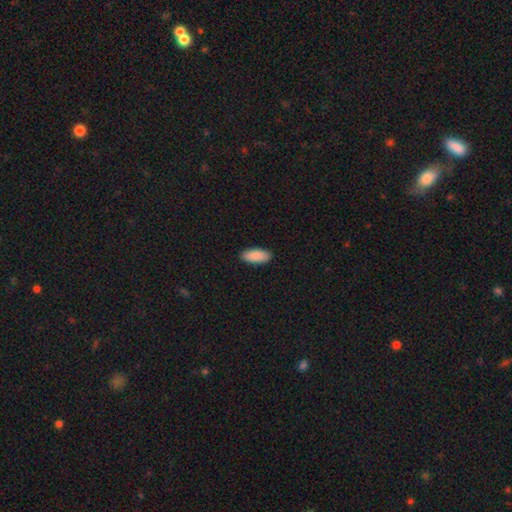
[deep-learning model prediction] This is clearly a smooth galaxy (91%). How rounded: clearly in between (88%). Merging: clearly none (90%).